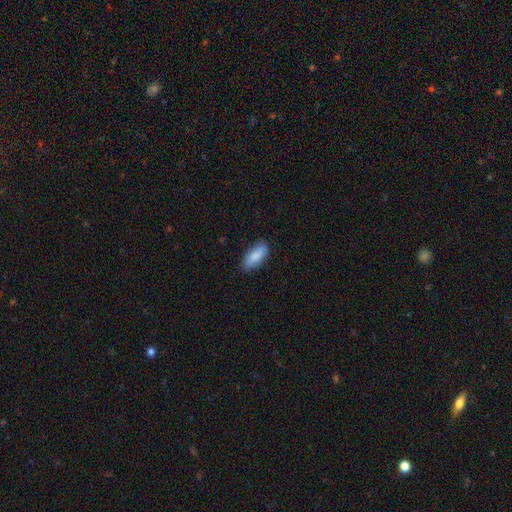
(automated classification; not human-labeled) smooth_or_featured: smooth (p=0.86) [alt: featured or disk p=0.08]
how_rounded: in between (p=0.83) [alt: cigar-shaped p=0.15]
merging: none (p=0.83) [alt: minor disturbance p=0.13]